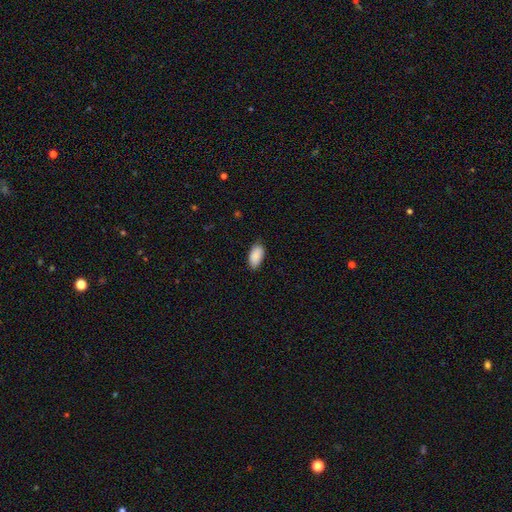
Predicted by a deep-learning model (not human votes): Q: Smooth or featured?
A: smooth (90%); runner-up: star or artifact (6%)
Q: How rounded?
A: in between (94%); runner-up: cigar-shaped (3%)
Q: Merging?
A: none (84%); runner-up: minor disturbance (13%)